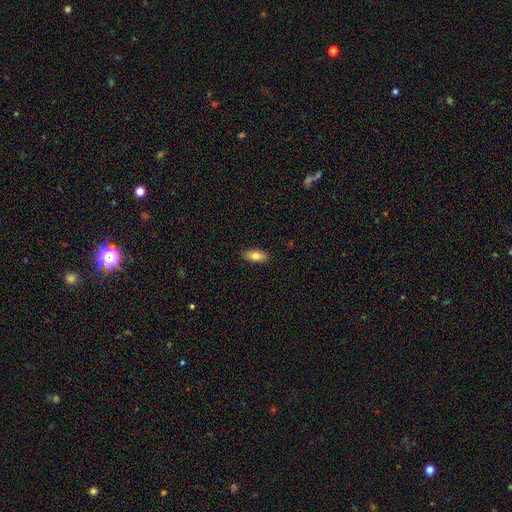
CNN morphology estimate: A smooth galaxy with no disk features (80%) that is in between round and cigar-shaped (88%). Merging: none (89%).